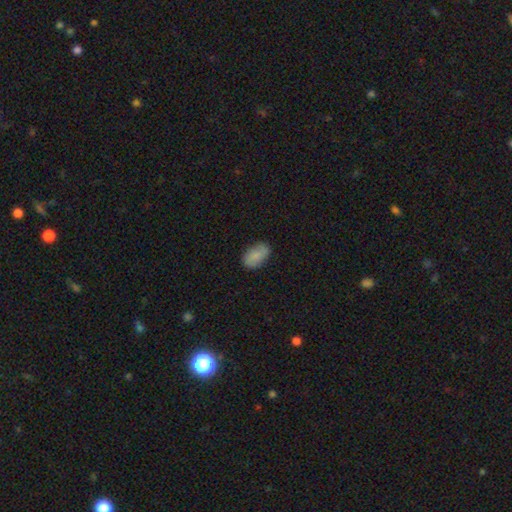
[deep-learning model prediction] Smooth or featured? Predicted: smooth (p=0.81). How rounded? Predicted: in between (p=0.93). Merging? Predicted: none (p=0.78).